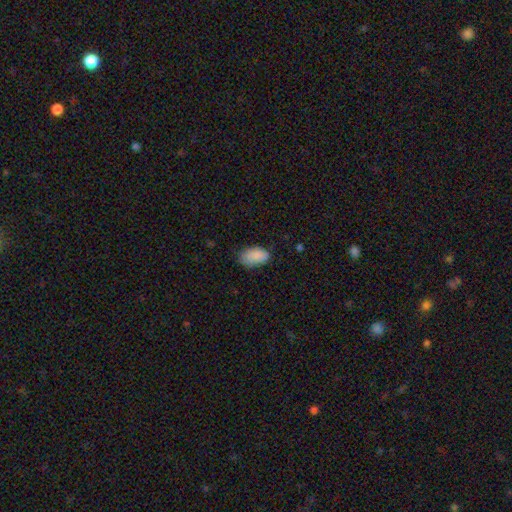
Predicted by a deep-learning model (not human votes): This appears to be a smooth galaxy with no disk features (88%) that is in between round and cigar-shaped (93%). Merging: none (68%).